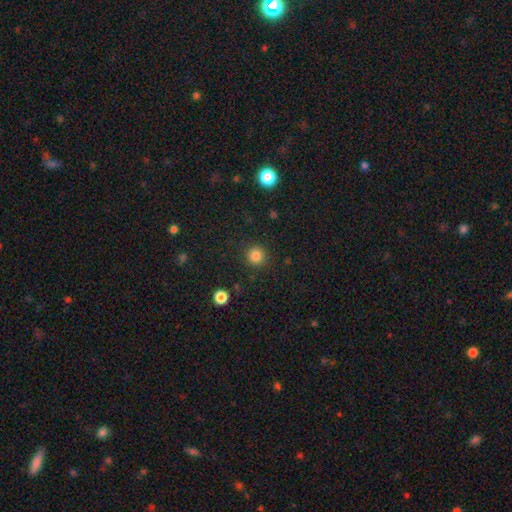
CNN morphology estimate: This appears to be a smooth galaxy with no disk features (83%) that is round (94%). Merging: none (91%).